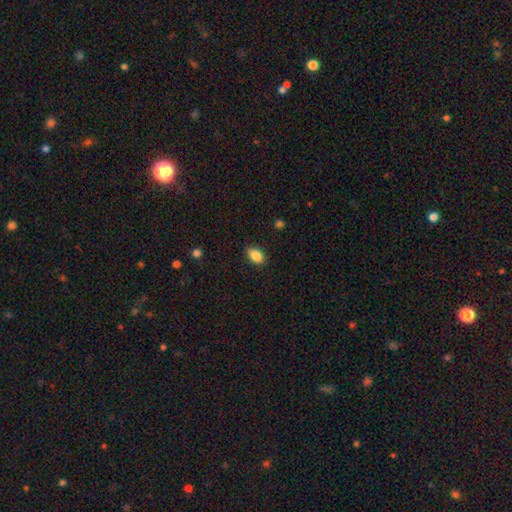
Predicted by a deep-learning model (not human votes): Q: Smooth or featured?
A: smooth (86%); runner-up: star or artifact (9%)
Q: How rounded?
A: in between (85%); runner-up: round (14%)
Q: Merging?
A: none (84%); runner-up: minor disturbance (12%)